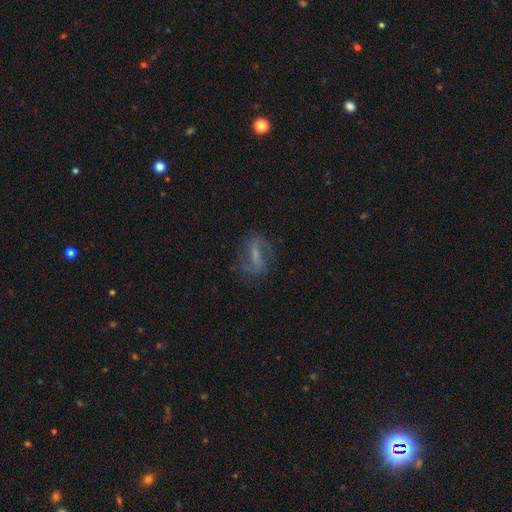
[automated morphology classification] Q: Smooth or featured?
A: featured or disk (70%); runner-up: smooth (21%)
Q: Edge-on disk?
A: no (90%); runner-up: yes (10%)
Q: Bar?
A: strong (52%); runner-up: weak (34%)
Q: Spiral arms?
A: yes (82%); runner-up: no (18%)
Q: Spiral winding?
A: medium (41%); runner-up: loose (40%)
Q: Spiral arm count?
A: 2 (83%); runner-up: can't tell (10%)
Q: Bulge size?
A: small (40%); runner-up: none (34%)
Q: Merging?
A: none (72%); runner-up: minor disturbance (16%)